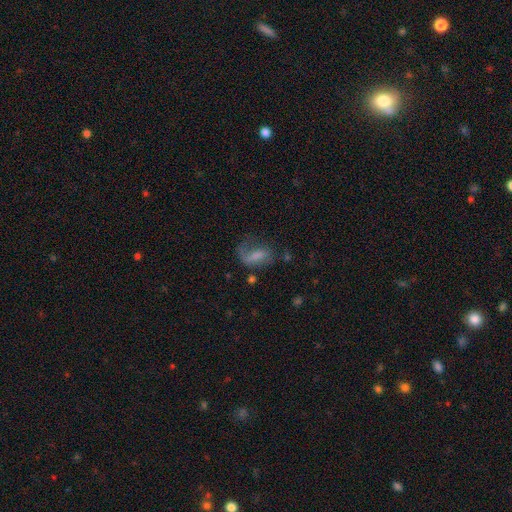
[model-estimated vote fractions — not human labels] Morphology: type=smooth (53%); roundness=in between (79%); merging=major disturbance (40%).